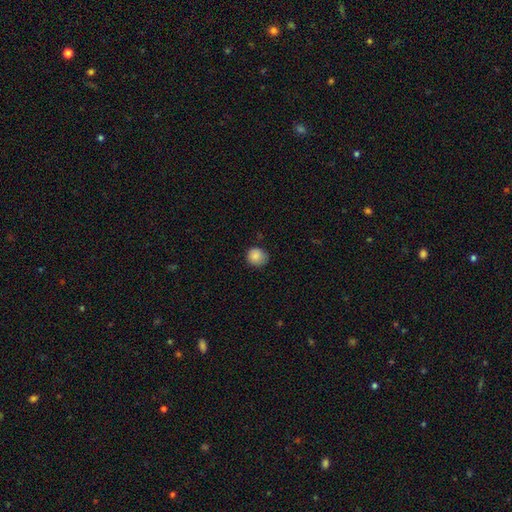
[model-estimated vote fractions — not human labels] This is clearly a smooth galaxy (86%). How rounded: clearly round (86%). Merging: likely none (76%).